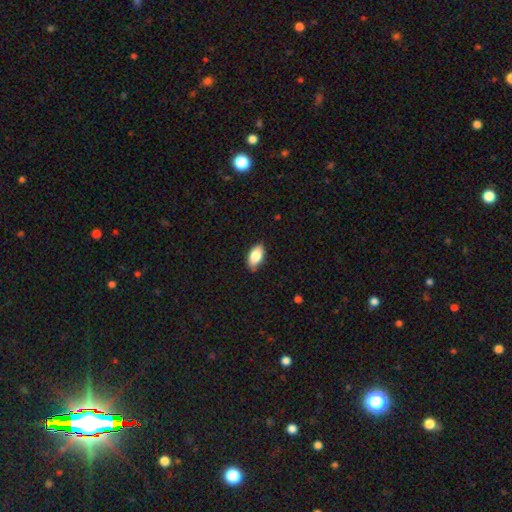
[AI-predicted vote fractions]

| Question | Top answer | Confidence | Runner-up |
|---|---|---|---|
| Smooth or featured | smooth | 83% | featured or disk (10%) |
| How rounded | in between | 93% | round (4%) |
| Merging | none | 84% | minor disturbance (13%) |